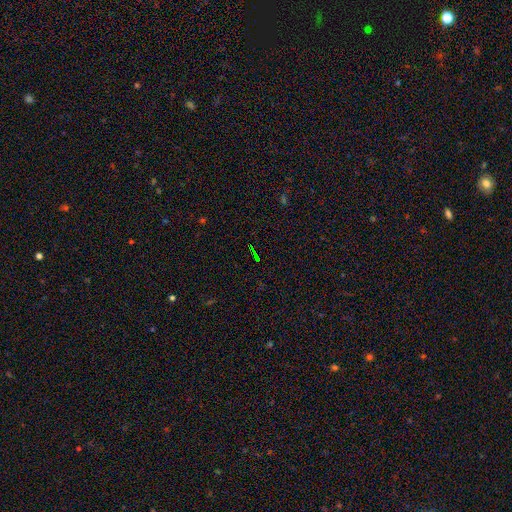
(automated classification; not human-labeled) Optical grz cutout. It shows a star or artifact, not a galaxy (74%).